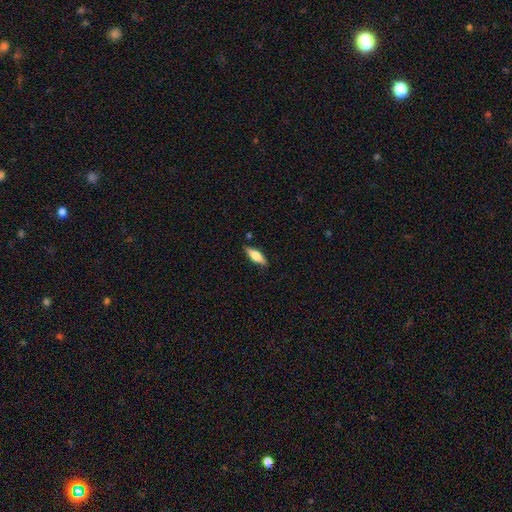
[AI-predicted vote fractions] smooth_or_featured: smooth (p=0.59) [alt: featured or disk p=0.35]
how_rounded: in between (p=0.50) [alt: cigar-shaped p=0.47]
merging: none (p=0.84) [alt: minor disturbance p=0.12]